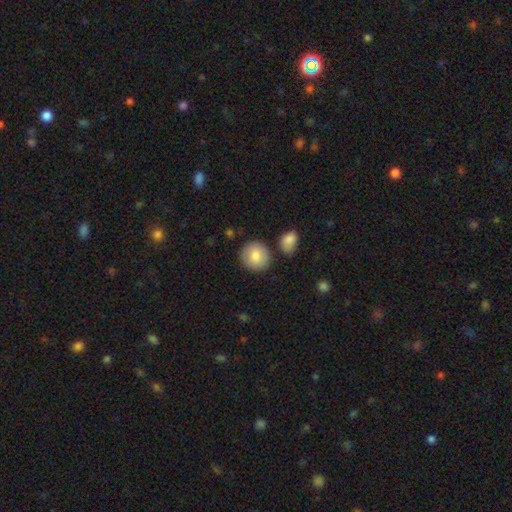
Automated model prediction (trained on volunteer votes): This appears to be a smooth galaxy with no disk features (84%) that is round (89%). Merging: none (82%).